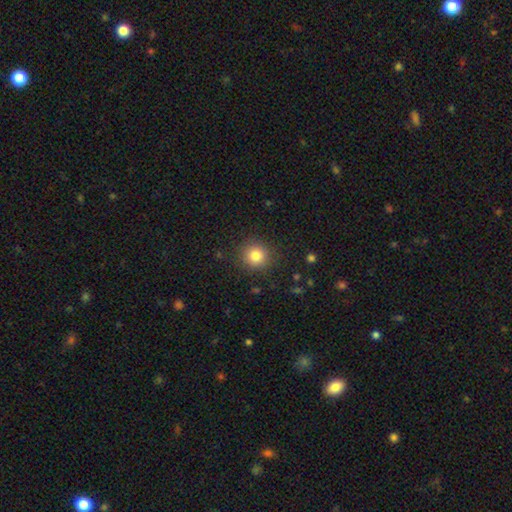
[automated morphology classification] smooth 82%, star or artifact 11%, featured or disk 6%. Down the decision tree: how rounded — round (93%); merging — none (89%).